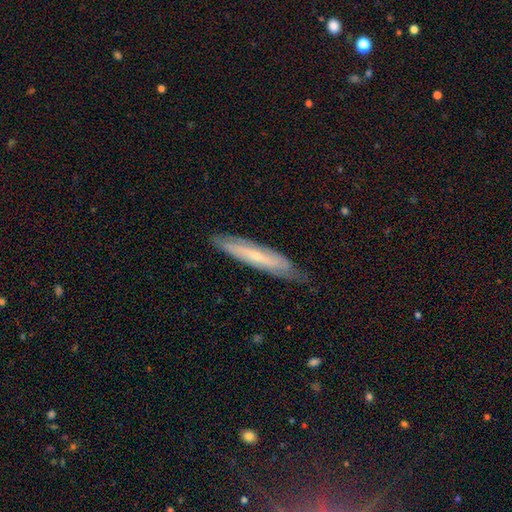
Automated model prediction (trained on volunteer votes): This is possibly a featured or disk galaxy (59%). It is likely viewed edge-on (61%). Merging: likely none (75%).